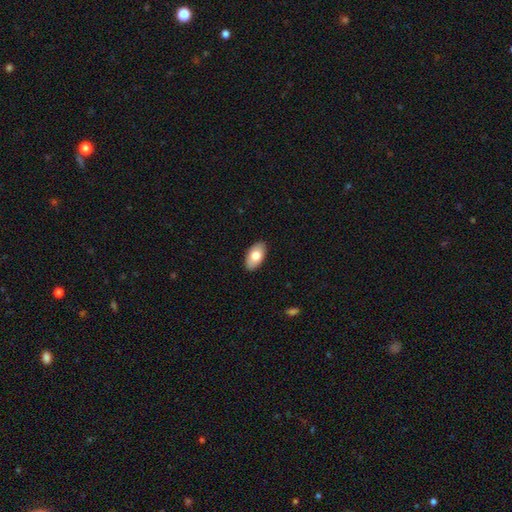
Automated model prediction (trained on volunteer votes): The model was most divided on "smooth or featured": smooth: 77%, featured or disk: 17%, star or artifact: 6%. More confident: how rounded — in between (95%); merging — none (89%).